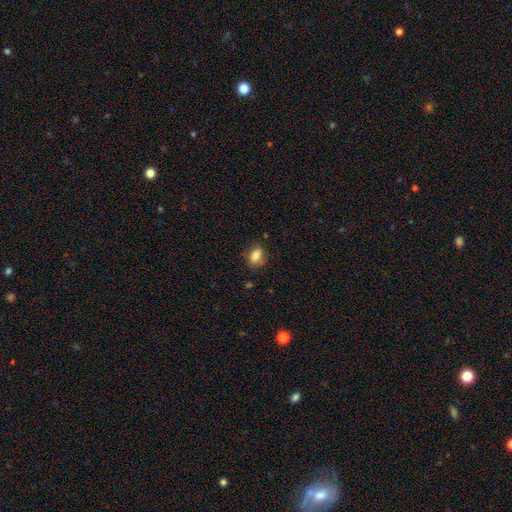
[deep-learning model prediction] smooth_or_featured: smooth (p=0.80) [alt: featured or disk p=0.11]
how_rounded: in between (p=0.78) [alt: round p=0.17]
merging: none (p=0.77) [alt: minor disturbance p=0.17]